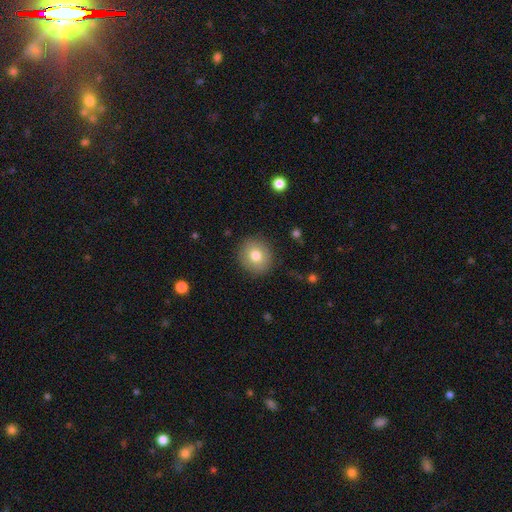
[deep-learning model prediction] smooth-or-featured: smooth: 79% | featured or disk: 12% | star or artifact: 9%
  how-rounded: round: 86% | in between: 14% | cigar-shaped: 1%
  merging: none: 89% | minor disturbance: 7% | major disturbance: 2% | merger: 1%